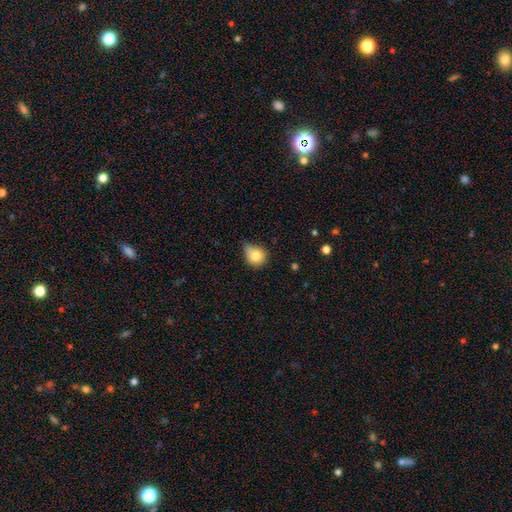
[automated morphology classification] A smooth galaxy with no disk features (80%) that is round (69%). Merging: minor disturbance (46%).